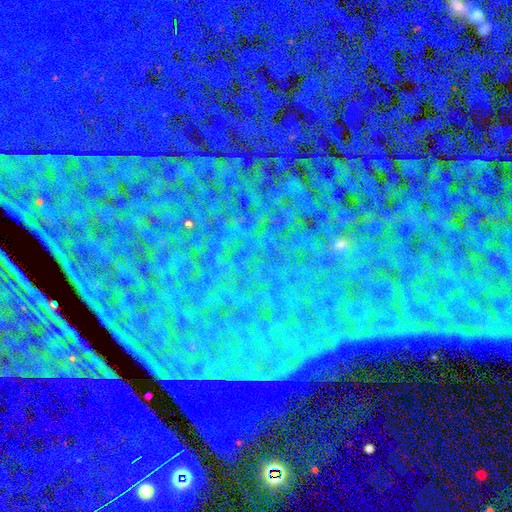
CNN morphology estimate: smooth_or_featured: star or artifact (p=0.87) [alt: featured or disk p=0.07]